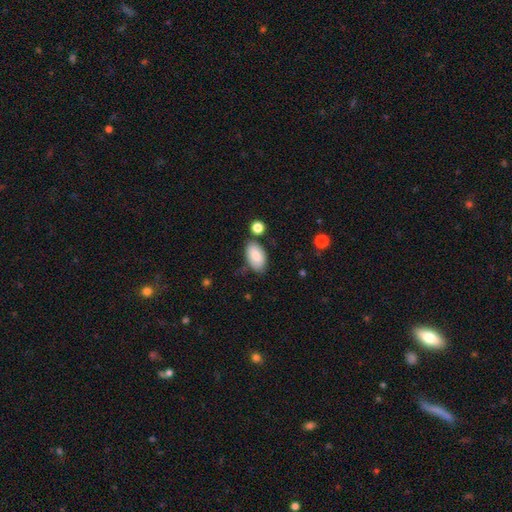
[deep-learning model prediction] smooth 83%, featured or disk 10%, star or artifact 7%. Down the decision tree: how rounded — in between (94%); merging — none (70%).